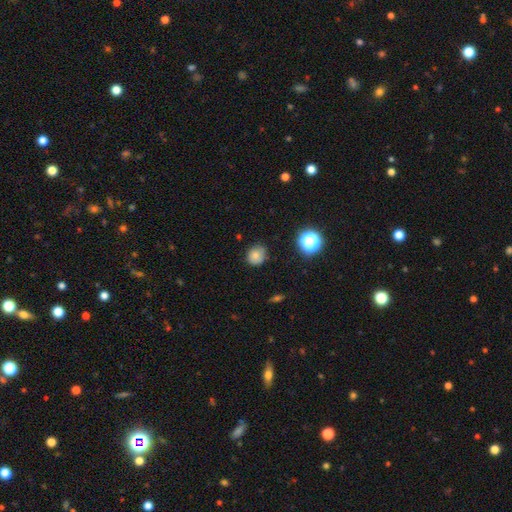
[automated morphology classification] The model was most divided on "how rounded": round: 71%, in between: 28%, cigar-shaped: 1%. More confident: smooth or featured — smooth (78%); merging — none (70%).